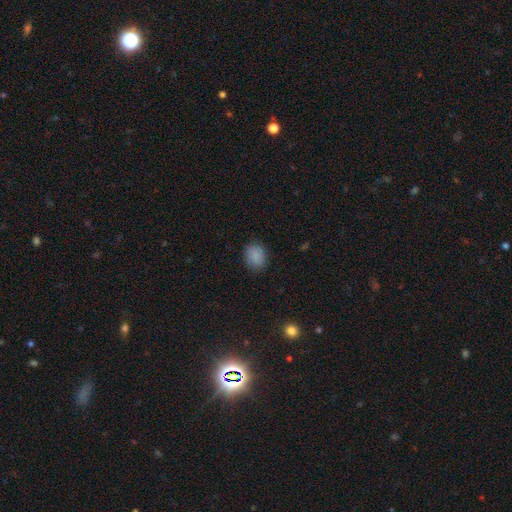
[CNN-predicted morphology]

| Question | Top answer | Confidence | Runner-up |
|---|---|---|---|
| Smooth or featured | smooth | 87% | star or artifact (9%) |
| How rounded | in between | 52% | round (47%) |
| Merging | none | 83% | minor disturbance (12%) |